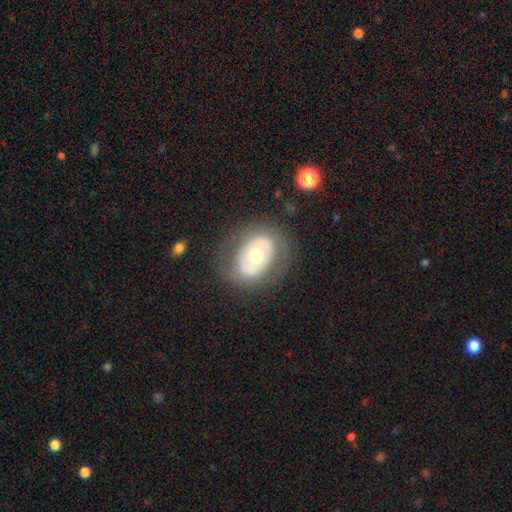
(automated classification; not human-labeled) Smooth or featured? featured or disk (49%)
Merging? none (77%)